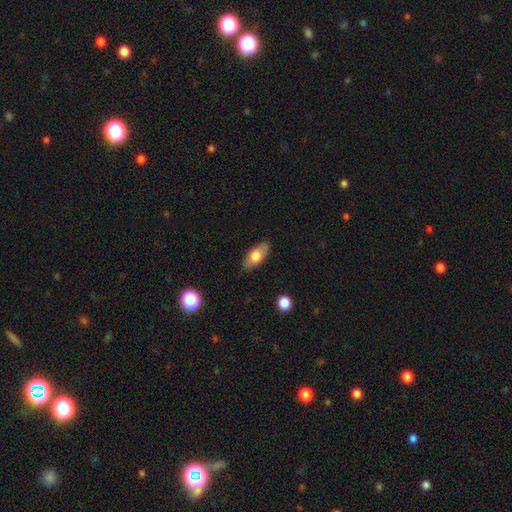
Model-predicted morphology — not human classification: Overall: smooth (69%). How rounded: in between (86%). Merging: none (82%).